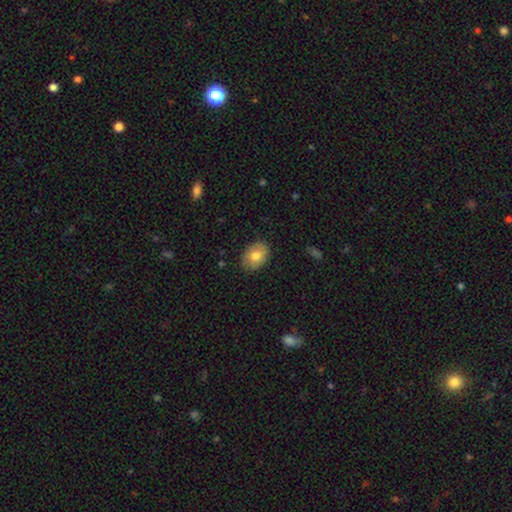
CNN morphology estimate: Smooth or featured? Predicted: smooth (p=0.73). How rounded? Predicted: in between (p=0.71). Merging? Predicted: none (p=0.83).